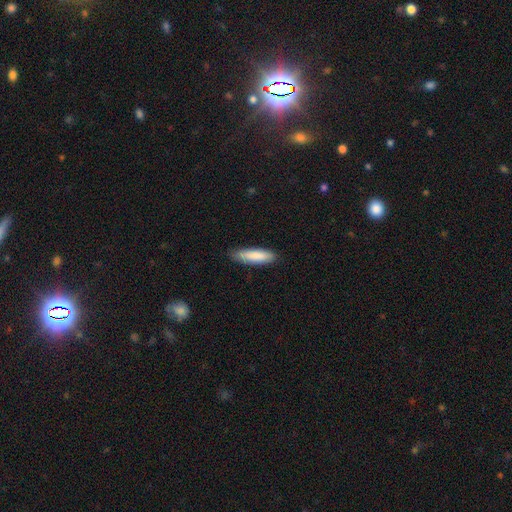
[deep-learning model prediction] Q: Smooth or featured?
A: smooth (85%); runner-up: featured or disk (9%)
Q: How rounded?
A: cigar-shaped (64%); runner-up: in between (35%)
Q: Merging?
A: none (80%); runner-up: minor disturbance (17%)